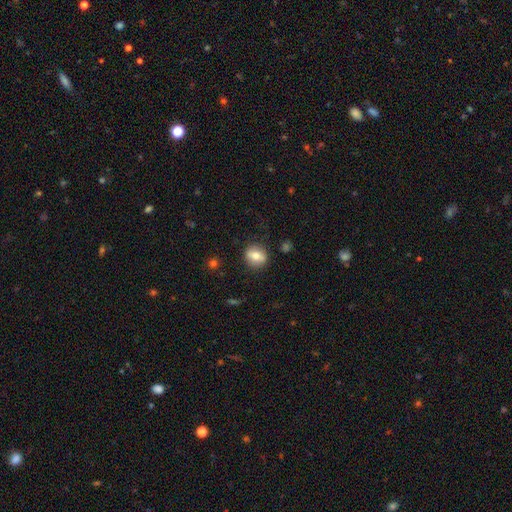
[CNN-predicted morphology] Q: Smooth or featured?
A: smooth (70%); runner-up: featured or disk (22%)
Q: How rounded?
A: round (70%); runner-up: in between (28%)
Q: Merging?
A: none (85%); runner-up: minor disturbance (10%)